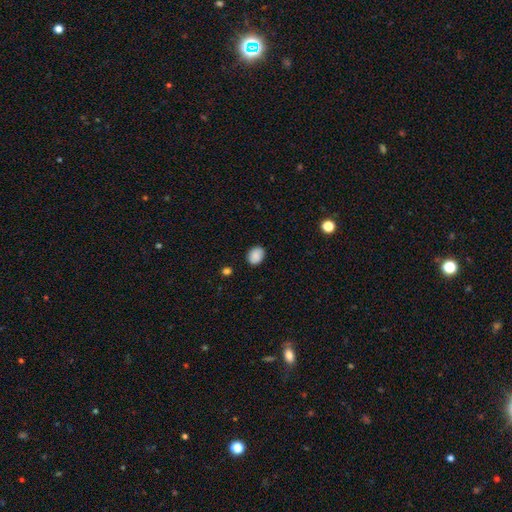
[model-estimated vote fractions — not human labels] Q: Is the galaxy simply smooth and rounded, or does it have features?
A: smooth — 88%.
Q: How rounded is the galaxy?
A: in between — 55%.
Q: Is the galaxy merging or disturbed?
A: none — 86%.